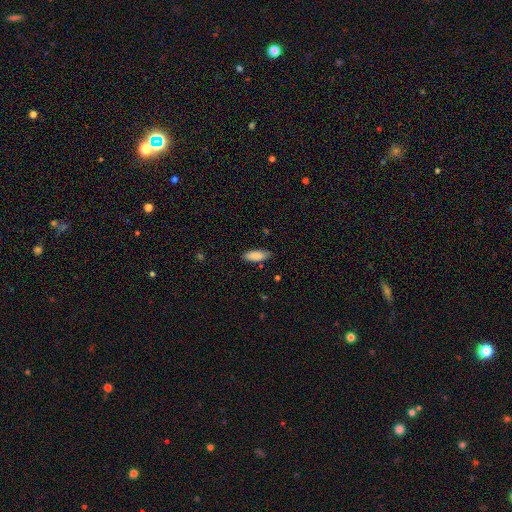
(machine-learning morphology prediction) smooth 88%, star or artifact 6%, featured or disk 5%. Down the decision tree: how rounded — in between (79%); merging — none (82%).